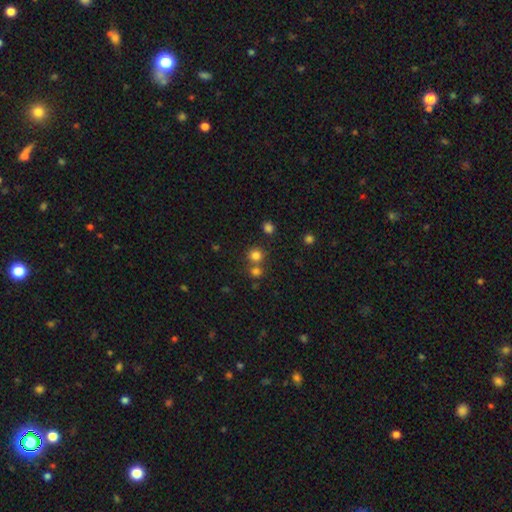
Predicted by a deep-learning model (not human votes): smooth_or_featured: smooth (p=0.77) [alt: star or artifact p=0.17]
how_rounded: round (p=0.91) [alt: in between p=0.08]
merging: none (p=0.66) [alt: merger p=0.25]